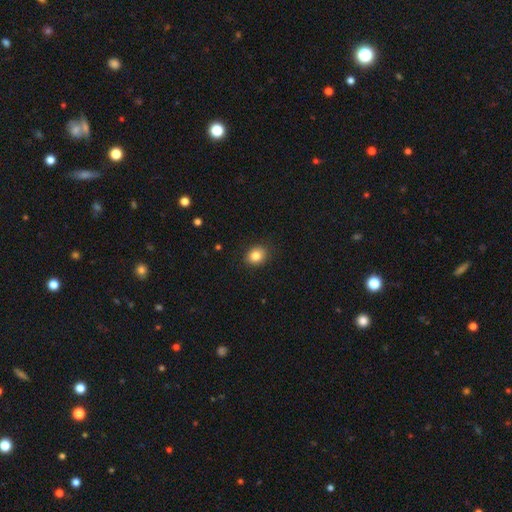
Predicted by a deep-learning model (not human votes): The model was most divided on "how rounded": round: 63%, in between: 36%, cigar-shaped: 1%. More confident: merging — none (88%); smooth or featured — smooth (84%).